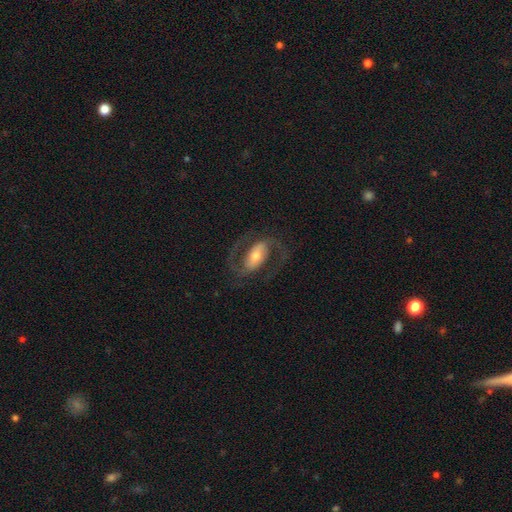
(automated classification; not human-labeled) This is clearly a featured or disk galaxy (83%). It is clearly not viewed edge-on (96%). Bar: marginally strong (41%). Spiral arm pattern: clearly yes (93%). Spiral arm count: clearly 2 (92%). Spiral winding: possibly medium (58%). Central bulge: possibly moderate (57%). Merging: likely none (74%).